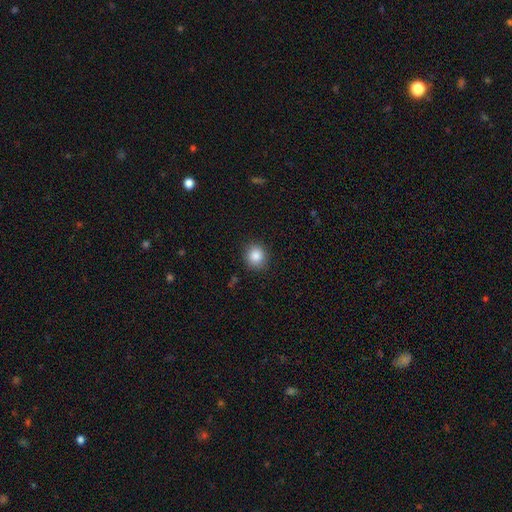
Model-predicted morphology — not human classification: A smooth galaxy with no disk features (86%) that is round (85%). Merging: none (88%).